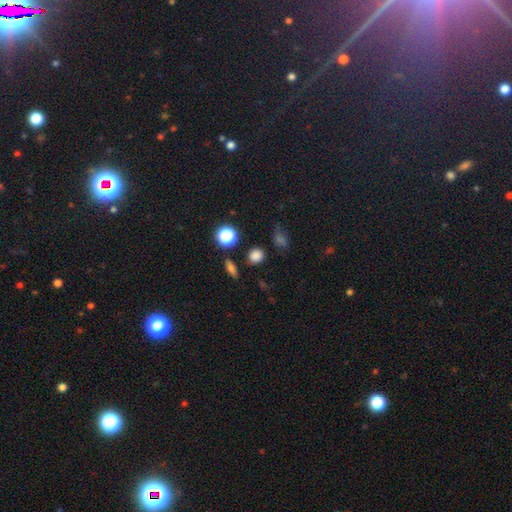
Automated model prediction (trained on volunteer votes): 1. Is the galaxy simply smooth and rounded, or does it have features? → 77% smooth, 17% star or artifact, 6% featured or disk.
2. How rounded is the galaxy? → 77% round, 21% in between, 2% cigar-shaped.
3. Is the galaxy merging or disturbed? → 82% none, 11% minor disturbance, 4% merger, 3% major disturbance.